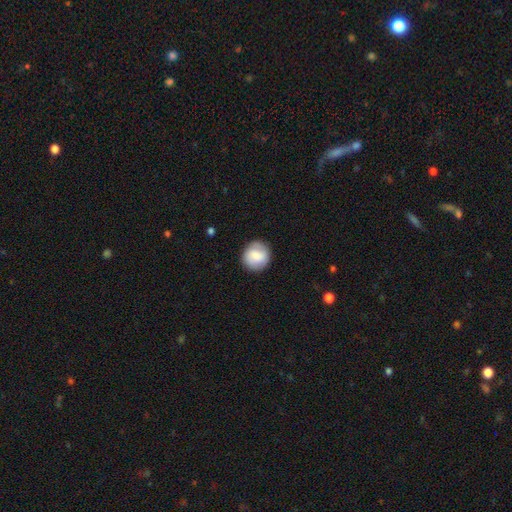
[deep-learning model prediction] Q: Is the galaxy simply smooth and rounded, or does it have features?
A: smooth — 78%.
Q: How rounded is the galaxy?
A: round — 90%.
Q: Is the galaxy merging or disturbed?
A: none — 86%.